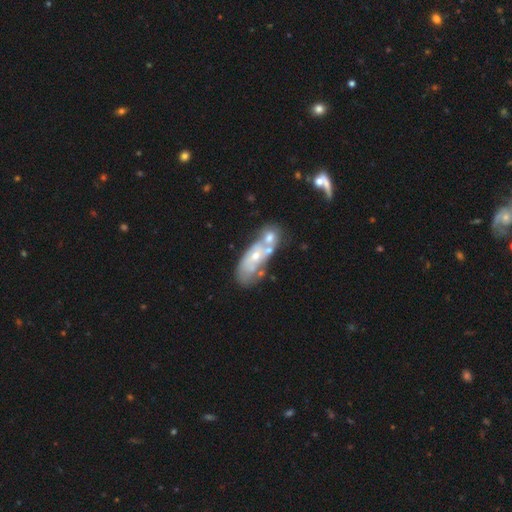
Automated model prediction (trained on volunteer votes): The model was most divided on "merging": merger: 50%, none: 26%, minor disturbance: 15%, major disturbance: 9%. More confident: edge-on disk — no (89%); bar — no (84%); spiral arms — no (63%); smooth or featured — featured or disk (62%); bulge size — small (60%).